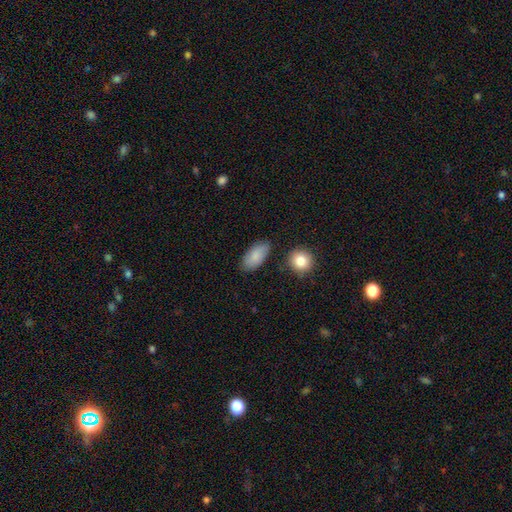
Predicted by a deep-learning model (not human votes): This appears to be a smooth galaxy with no disk features (84%) that is in between round and cigar-shaped (92%). Merging: none (77%).